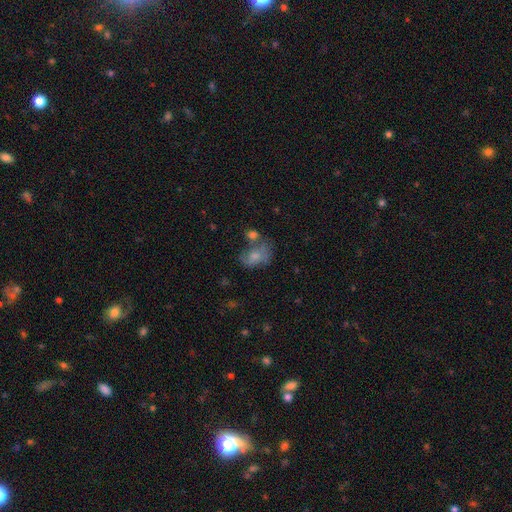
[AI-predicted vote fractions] This appears to be a smooth galaxy with no disk features (53%) that is in between round and cigar-shaped (70%). Merging: none (32%).